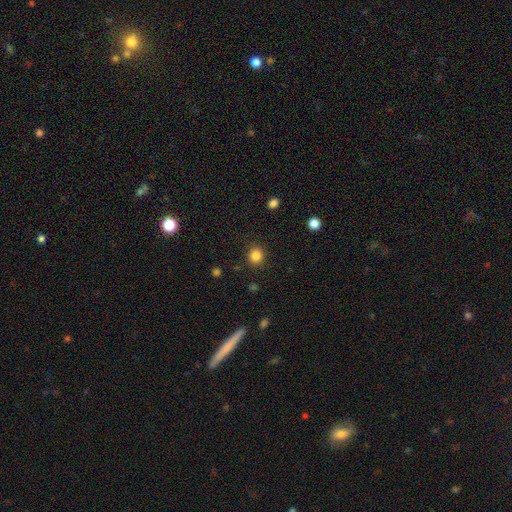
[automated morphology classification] smooth 85%, star or artifact 12%, featured or disk 4%. Down the decision tree: how rounded — round (85%); merging — none (89%).